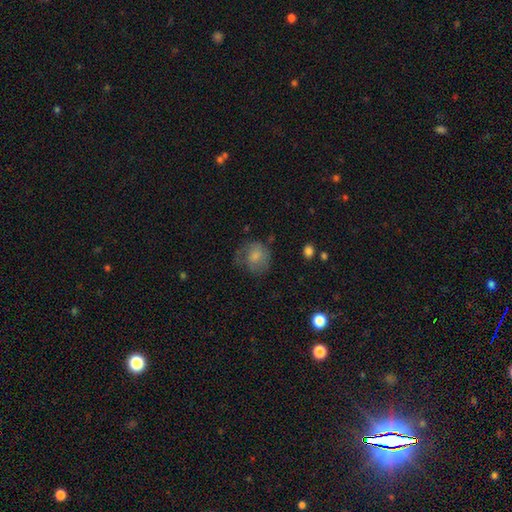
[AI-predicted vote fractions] smooth-or-featured: smooth: 69% | featured or disk: 23% | star or artifact: 9%
  how-rounded: round: 73% | in between: 26% | cigar-shaped: 1%
  merging: none: 45% | minor disturbance: 28% | major disturbance: 25% | merger: 2%